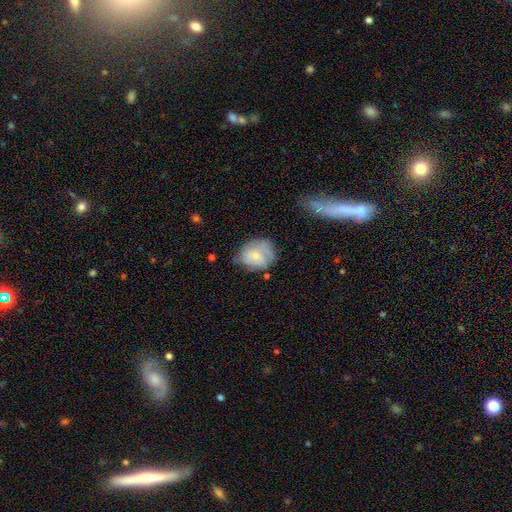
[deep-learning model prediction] smooth_or_featured: smooth (p=0.50) [alt: featured or disk p=0.42]
how_rounded: round (p=0.54) [alt: in between p=0.45]
merging: none (p=0.50) [alt: minor disturbance p=0.32]